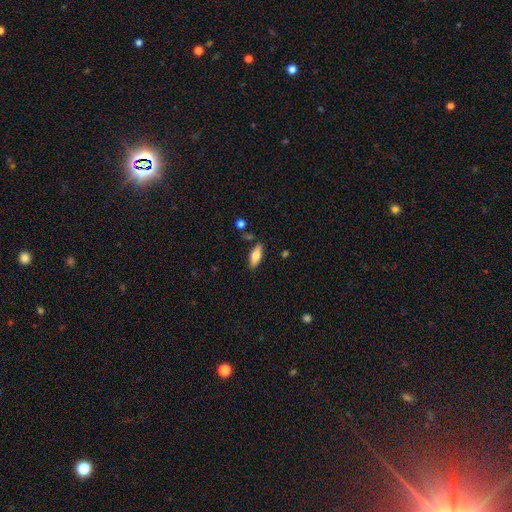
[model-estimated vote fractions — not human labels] This appears to be a smooth galaxy with no disk features (68%) that is in between round and cigar-shaped (69%). Merging: none (83%).